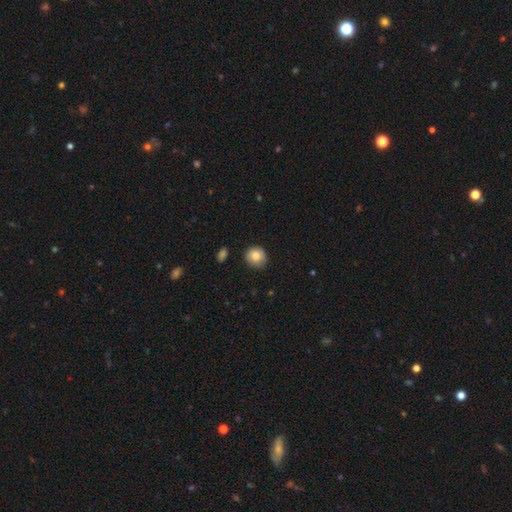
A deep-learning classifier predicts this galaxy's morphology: Q: Smooth or featured?
A: smooth (82%); runner-up: featured or disk (10%)
Q: How rounded?
A: round (85%); runner-up: in between (14%)
Q: Merging?
A: none (81%); runner-up: minor disturbance (15%)